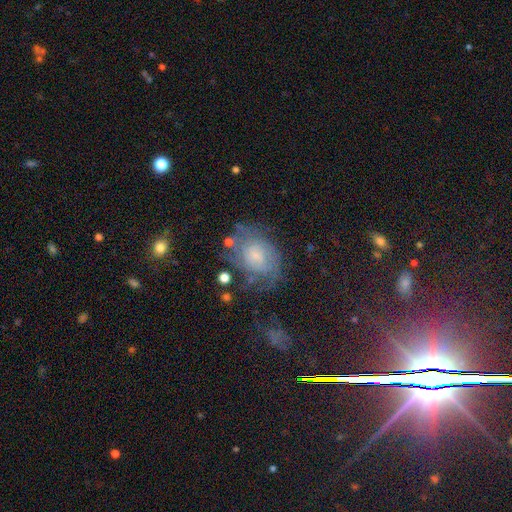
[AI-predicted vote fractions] A featured or disk galaxy (55%) with no bar (72%), spiral arms (75%) and a small central bulge (49%). Merging: none (51%).